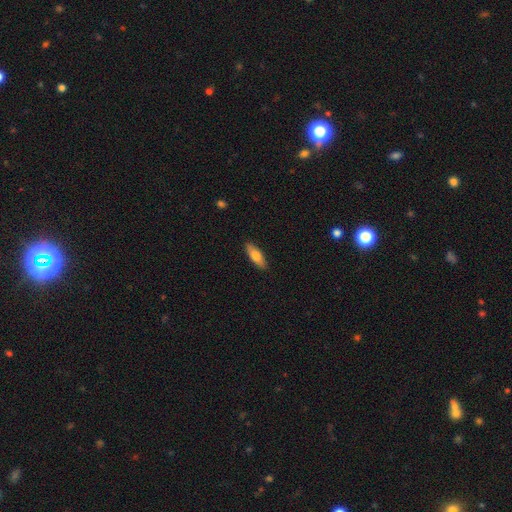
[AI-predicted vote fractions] Smooth or featured? Predicted: smooth (p=0.75). How rounded? Predicted: in between (p=0.61). Merging? Predicted: none (p=0.89).